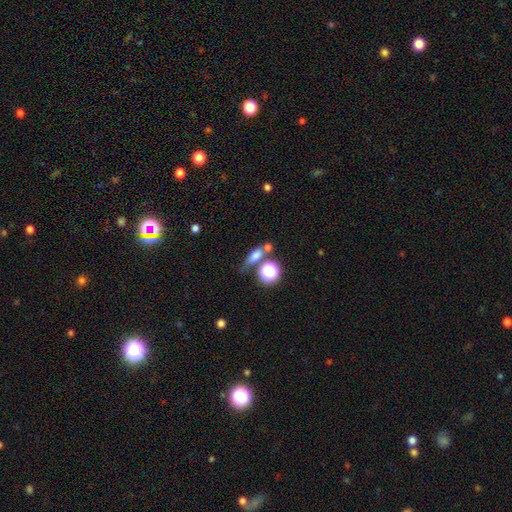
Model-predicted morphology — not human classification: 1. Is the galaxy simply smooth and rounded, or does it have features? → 66% smooth, 17% featured or disk, 17% star or artifact.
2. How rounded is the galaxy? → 53% in between, 25% round, 22% cigar-shaped.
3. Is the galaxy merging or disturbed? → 55% none, 23% merger, 15% minor disturbance, 8% major disturbance.